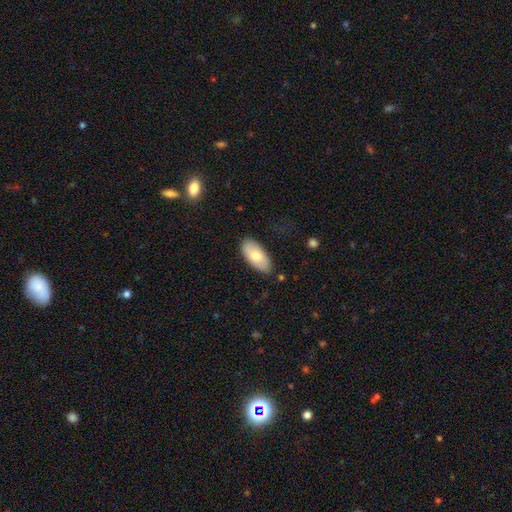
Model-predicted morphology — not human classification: Smooth or featured: smooth — 73% (featured or disk — 22%)
How rounded: in between — 92% (cigar-shaped — 5%)
Merging: none — 83% (minor disturbance — 13%)